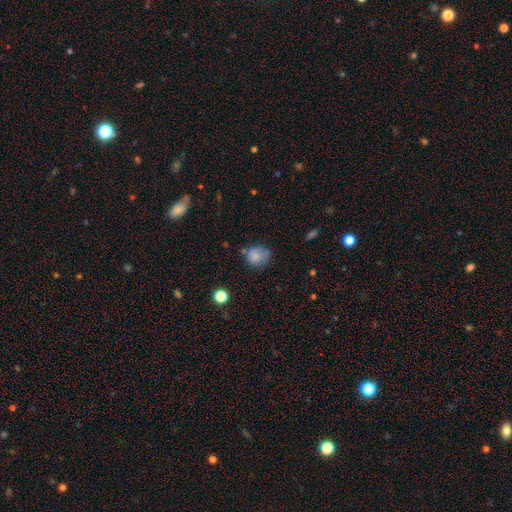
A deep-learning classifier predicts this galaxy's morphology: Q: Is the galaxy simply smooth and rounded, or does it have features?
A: smooth — 78%.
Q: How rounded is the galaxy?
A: round — 78%.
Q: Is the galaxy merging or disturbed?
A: none — 63%.